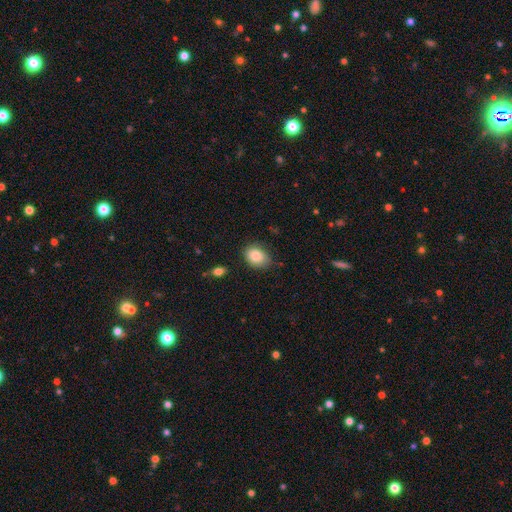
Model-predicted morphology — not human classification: The model was most divided on "how rounded": in between: 70%, round: 29%, cigar-shaped: 1%. More confident: smooth or featured — smooth (86%); merging — none (75%).